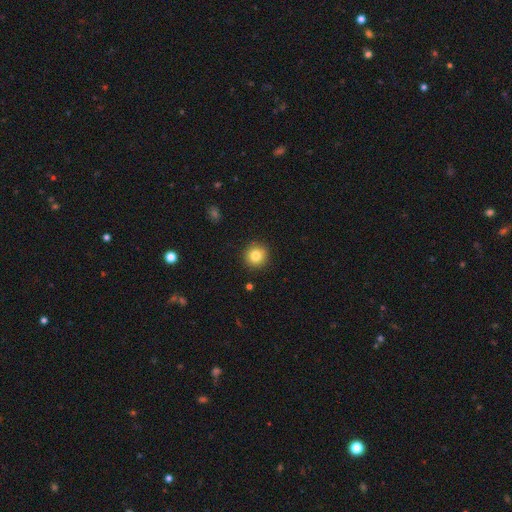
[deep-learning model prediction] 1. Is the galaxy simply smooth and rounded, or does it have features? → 83% smooth, 10% star or artifact, 7% featured or disk.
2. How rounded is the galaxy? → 94% round, 5% in between, 1% cigar-shaped.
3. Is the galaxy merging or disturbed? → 91% none, 6% minor disturbance, 2% major disturbance, 1% merger.